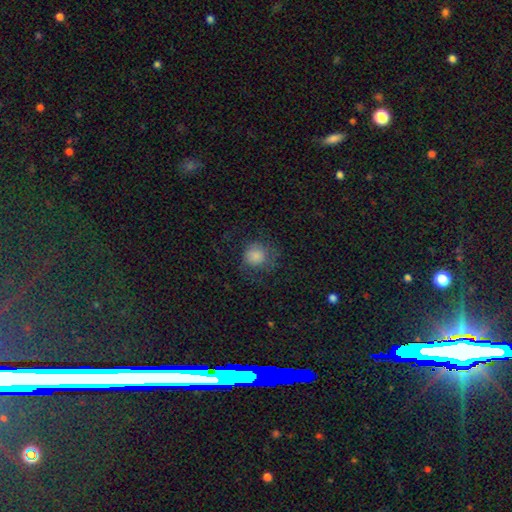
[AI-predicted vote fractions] Morphology: type=smooth (75%); roundness=round (88%); merging=none (66%).